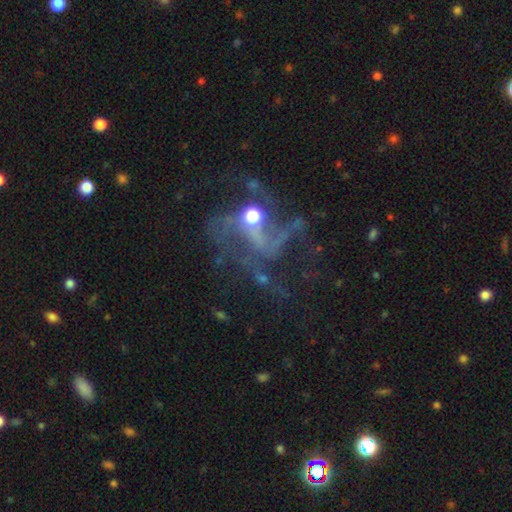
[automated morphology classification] Smooth or featured? featured or disk (74%)
Edge-on disk? no (96%)
Bar? no (52%)
Spiral arms? yes (82%)
Spiral winding? loose (57%)
Spiral arm count? 2 (26%)
Bulge size? moderate (46%)
Merging? none (45%)